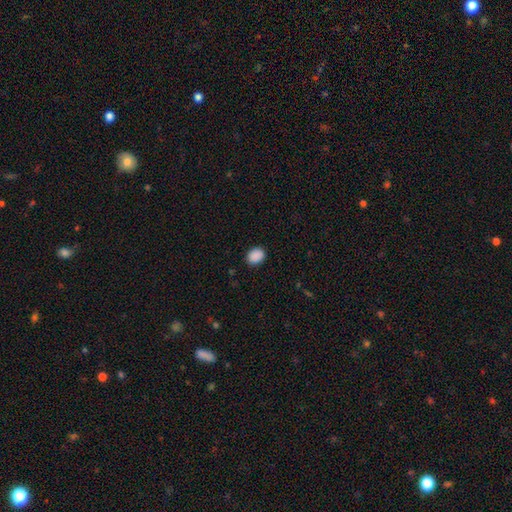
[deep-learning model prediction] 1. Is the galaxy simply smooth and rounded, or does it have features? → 90% smooth, 8% star or artifact, 2% featured or disk.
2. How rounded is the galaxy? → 56% in between, 43% round, 1% cigar-shaped.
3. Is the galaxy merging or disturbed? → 89% none, 8% minor disturbance, 2% major disturbance, 1% merger.